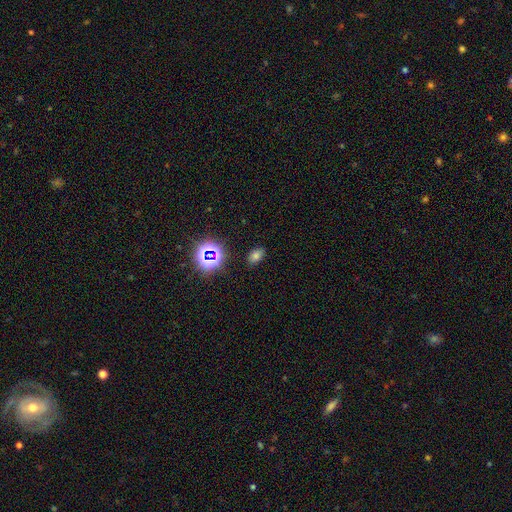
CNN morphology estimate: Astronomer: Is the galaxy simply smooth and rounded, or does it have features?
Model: smooth — 66%.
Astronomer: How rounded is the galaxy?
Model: in between — 84%.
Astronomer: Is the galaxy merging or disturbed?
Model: none — 85%.